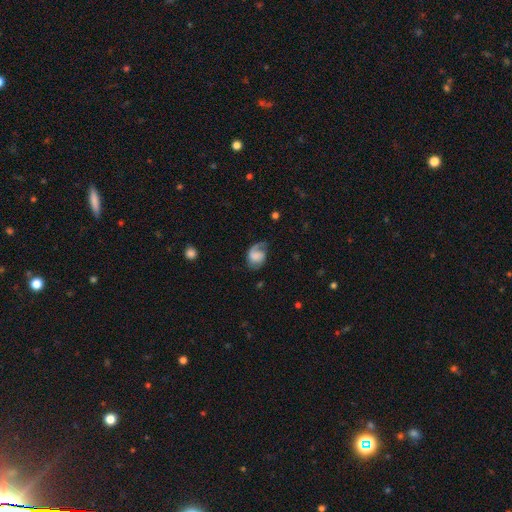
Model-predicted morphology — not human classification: This is possibly a featured or disk galaxy (58%). It is clearly not viewed edge-on (97%). Bar: possibly no (56%). Spiral arm pattern: clearly yes (89%). Spiral arm count: possibly 2 (48%). Spiral winding: marginally medium (41%). Central bulge: marginally none (40%). Merging: possibly none (51%).